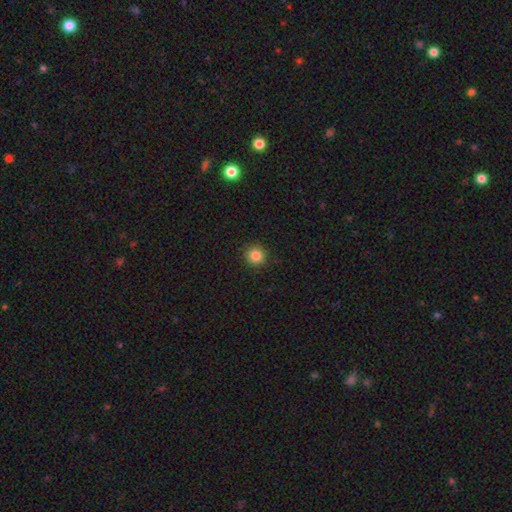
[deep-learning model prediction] This is clearly a smooth galaxy (85%). How rounded: clearly round (94%). Merging: clearly none (91%).